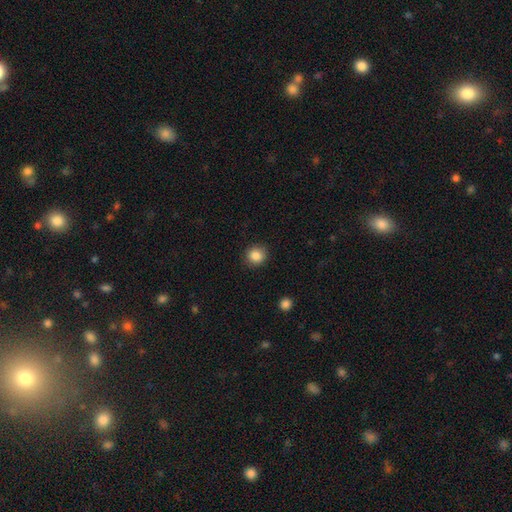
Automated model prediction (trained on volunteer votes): Smooth or featured? smooth (86%)
How rounded? round (88%)
Merging? none (89%)